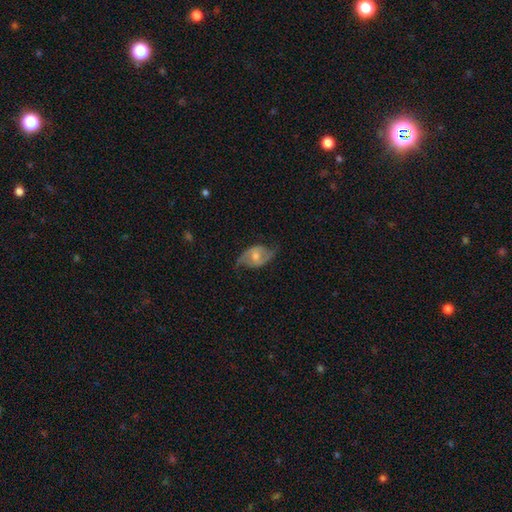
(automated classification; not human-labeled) Smooth or featured? featured or disk (74%)
Edge-on disk? no (95%)
Bar? no (51%)
Spiral arms? yes (87%)
Spiral winding? loose (45%)
Spiral arm count? 2 (88%)
Bulge size? moderate (64%)
Merging? none (68%)